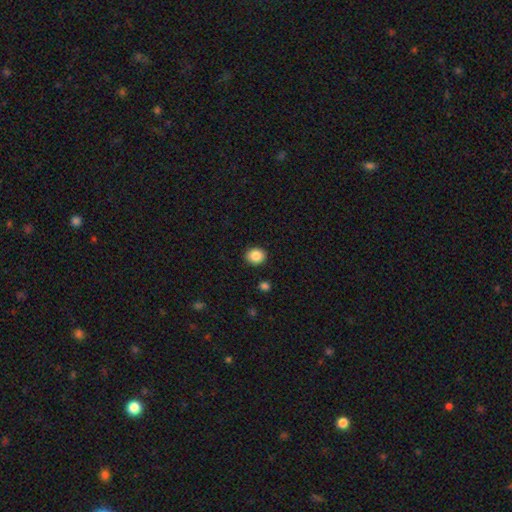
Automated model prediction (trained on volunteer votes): Overall: smooth (87%). How rounded: round (72%). Merging: none (90%).